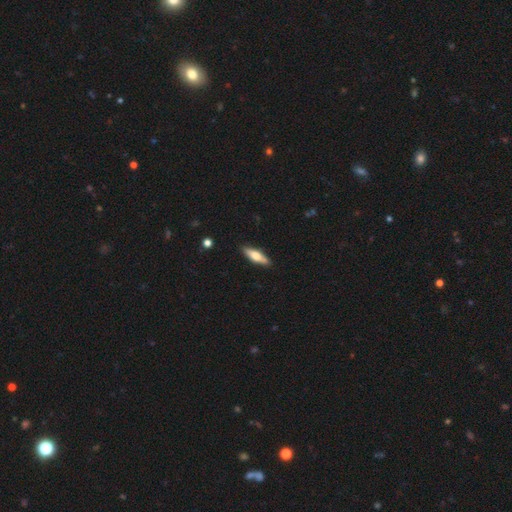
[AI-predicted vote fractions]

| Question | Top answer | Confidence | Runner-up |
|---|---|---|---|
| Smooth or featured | smooth | 57% | featured or disk (38%) |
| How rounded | cigar-shaped | 58% | in between (40%) |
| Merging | none | 87% | minor disturbance (10%) |